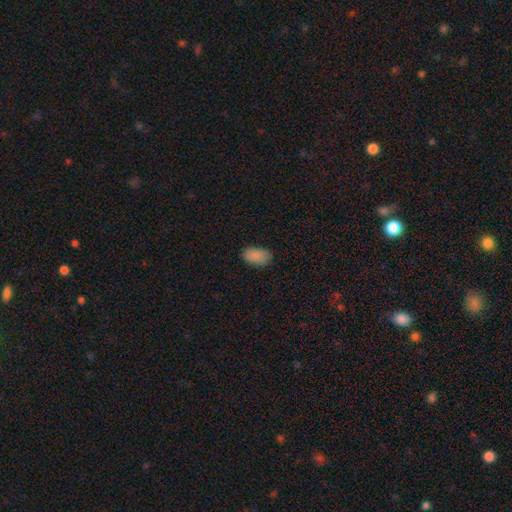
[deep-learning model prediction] The model was most divided on "merging": none: 80%, minor disturbance: 16%, major disturbance: 3%, merger: 1%. More confident: how rounded — in between (92%); smooth or featured — smooth (88%).